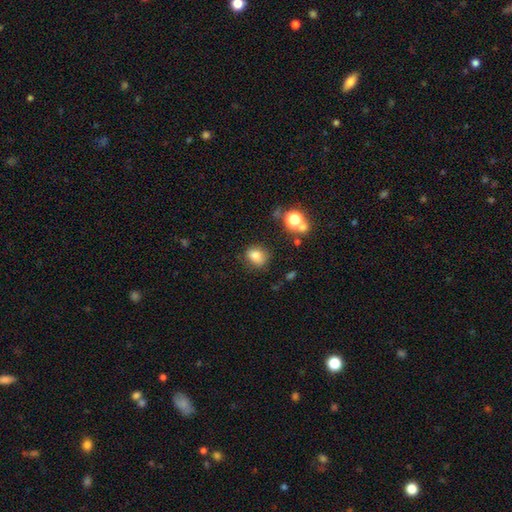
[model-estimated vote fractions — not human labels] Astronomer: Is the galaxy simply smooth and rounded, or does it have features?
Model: smooth — 80%.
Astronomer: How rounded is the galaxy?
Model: round — 55% (runner-up: in between, 44%).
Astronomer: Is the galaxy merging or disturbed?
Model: none — 73%.